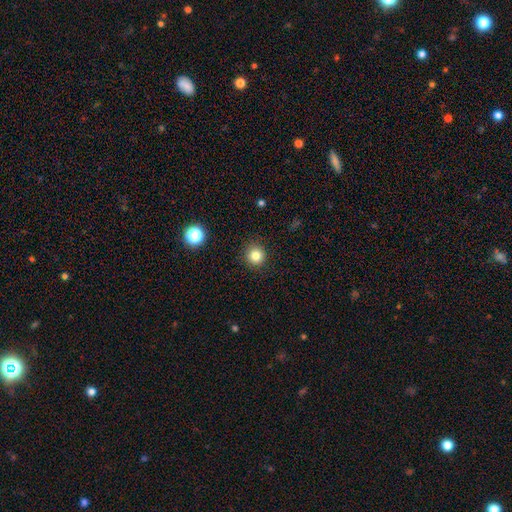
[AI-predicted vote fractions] A smooth galaxy with no disk features (82%) that is round (94%).

Vote fractions:
- Smooth or featured? smooth: 82% / star or artifact: 12% / featured or disk: 6%
- How rounded? round: 94% / in between: 5% / cigar-shaped: 1%
- Merging? none: 91% / minor disturbance: 6% / major disturbance: 2% / merger: 1%